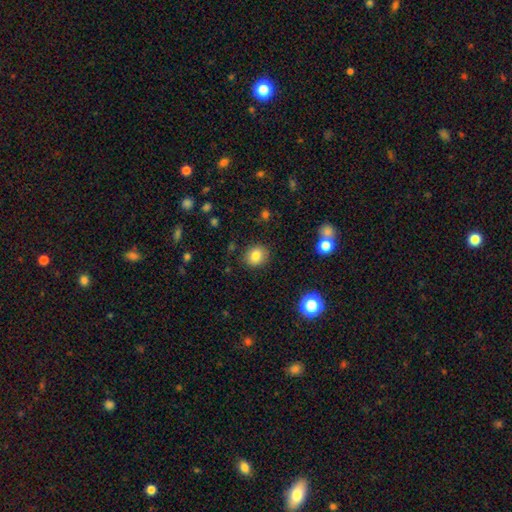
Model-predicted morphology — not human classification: This appears to be a smooth galaxy with no disk features (82%) that is round (72%). Merging: none (88%).